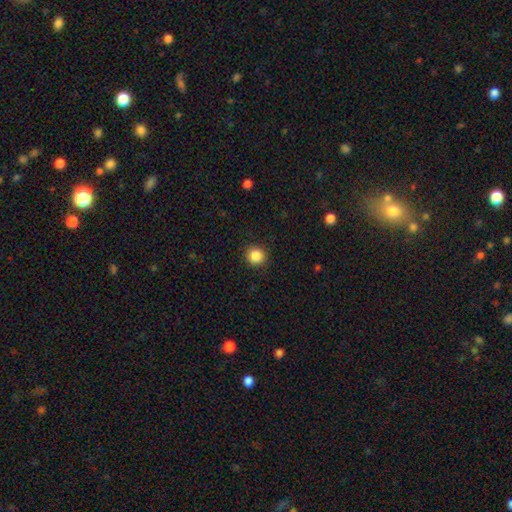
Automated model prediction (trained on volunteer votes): Smooth or featured?
  - smooth: 87% *
  - star or artifact: 10%
  - featured or disk: 3%
How rounded?
  - round: 93% *
  - in between: 6%
  - cigar-shaped: 1%
Merging?
  - none: 91% *
  - minor disturbance: 6%
  - major disturbance: 2%
  - merger: 1%